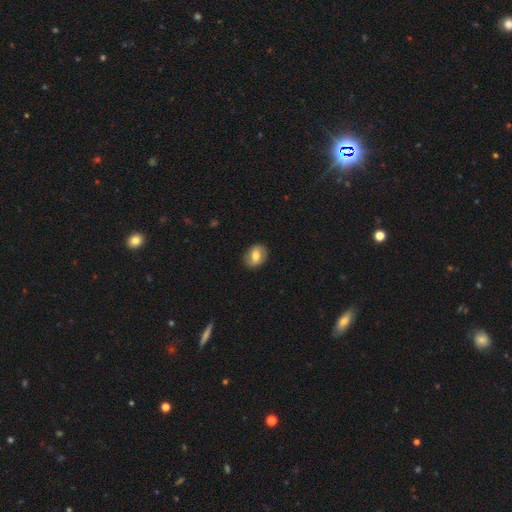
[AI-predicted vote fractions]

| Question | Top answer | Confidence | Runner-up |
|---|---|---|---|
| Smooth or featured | smooth | 56% | featured or disk (36%) |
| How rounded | in between | 60% | round (38%) |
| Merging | none | 85% | minor disturbance (11%) |